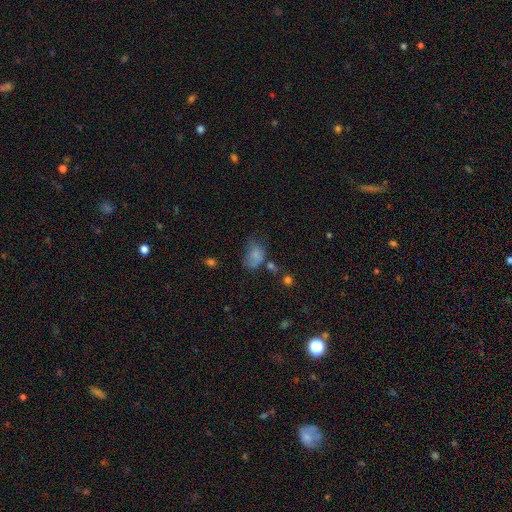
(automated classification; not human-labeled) smooth-or-featured: smooth: 71% | featured or disk: 14% | star or artifact: 14%
  how-rounded: in between: 79% | round: 20% | cigar-shaped: 1%
  merging: none: 33% | minor disturbance: 30% | major disturbance: 26% | merger: 10%